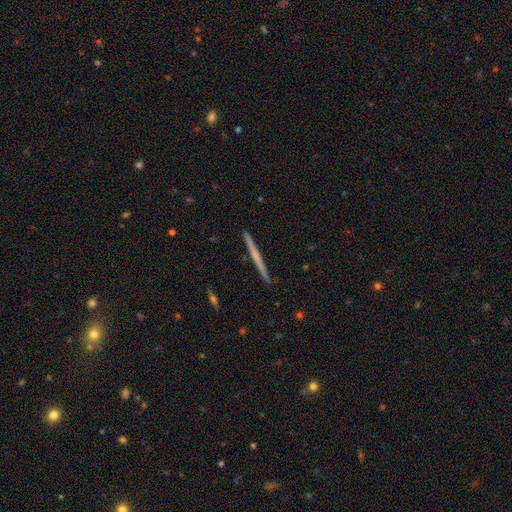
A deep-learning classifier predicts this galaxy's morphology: type=featured or disk (61%); edge-on=yes (98%); edge-on bulge=none (69%); merging=none (93%).